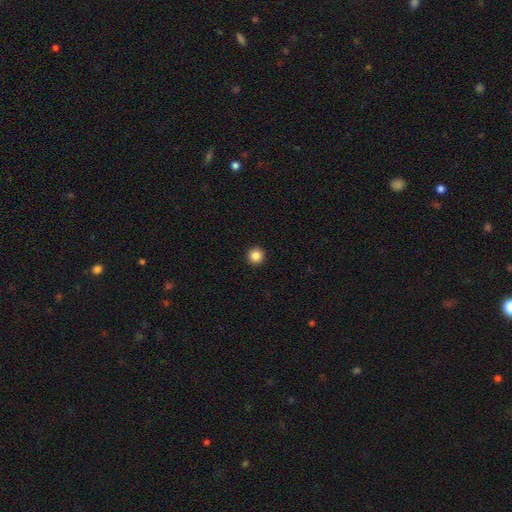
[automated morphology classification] The model was most divided on "smooth or featured": smooth: 86%, star or artifact: 10%, featured or disk: 4%. More confident: how rounded — round (96%); merging — none (94%).